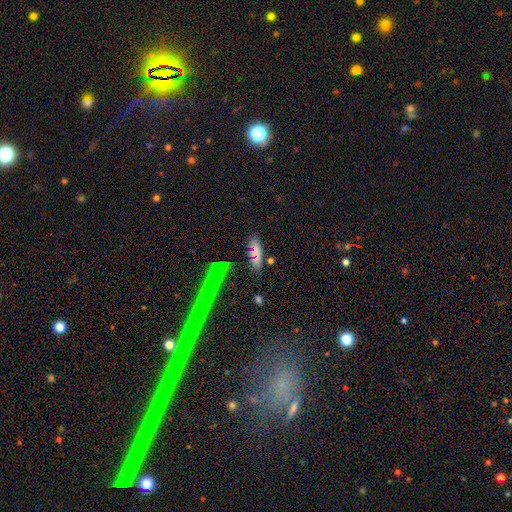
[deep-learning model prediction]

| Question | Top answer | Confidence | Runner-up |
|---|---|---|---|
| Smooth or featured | smooth | 69% | featured or disk (17%) |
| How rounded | in between | 59% | cigar-shaped (38%) |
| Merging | none | 73% | minor disturbance (17%) |